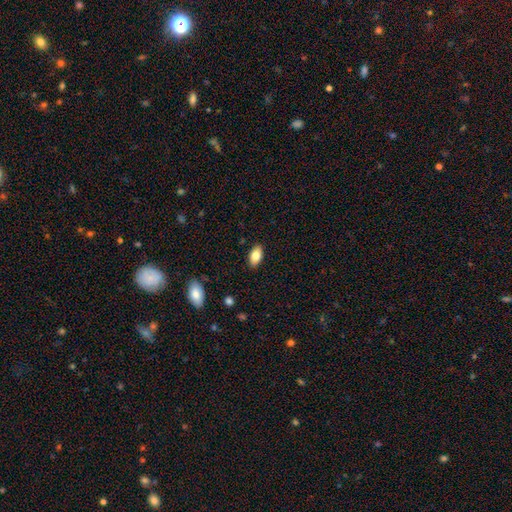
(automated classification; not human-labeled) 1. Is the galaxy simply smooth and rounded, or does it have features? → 81% smooth, 12% featured or disk, 7% star or artifact.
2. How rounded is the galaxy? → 93% in between, 4% round, 3% cigar-shaped.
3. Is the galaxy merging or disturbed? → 88% none, 9% minor disturbance, 2% major disturbance, 1% merger.